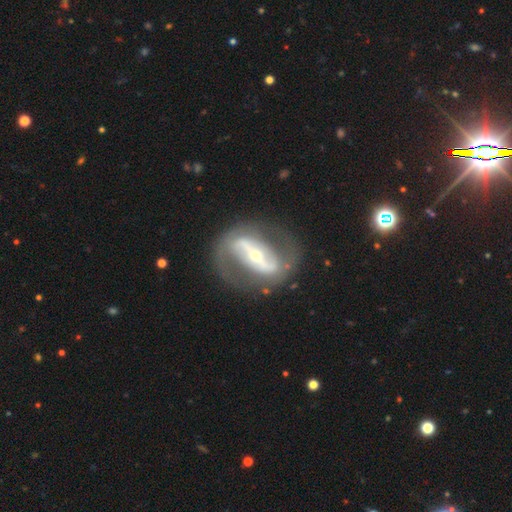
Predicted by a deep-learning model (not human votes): This is clearly a featured or disk galaxy (87%). It is clearly not viewed edge-on (93%). Bar: likely strong (67%). Spiral arm pattern: clearly yes (83%). Spiral arm count: clearly 2 (89%). Spiral winding: marginally medium (43%). Central bulge: likely small (61%). Merging: likely none (75%).